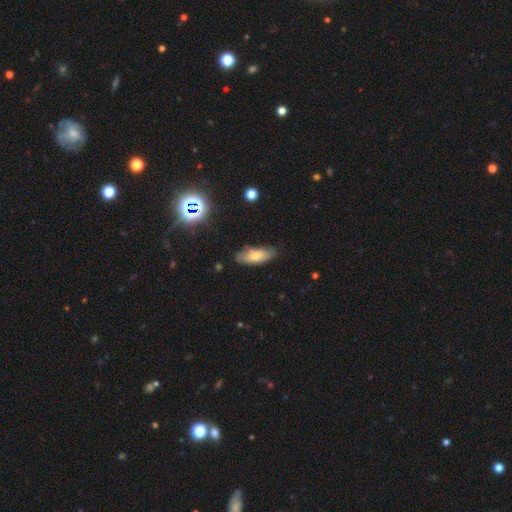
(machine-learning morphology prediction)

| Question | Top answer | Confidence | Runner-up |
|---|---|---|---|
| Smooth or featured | smooth | 69% | featured or disk (23%) |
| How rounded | in between | 76% | cigar-shaped (22%) |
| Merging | none | 74% | minor disturbance (20%) |